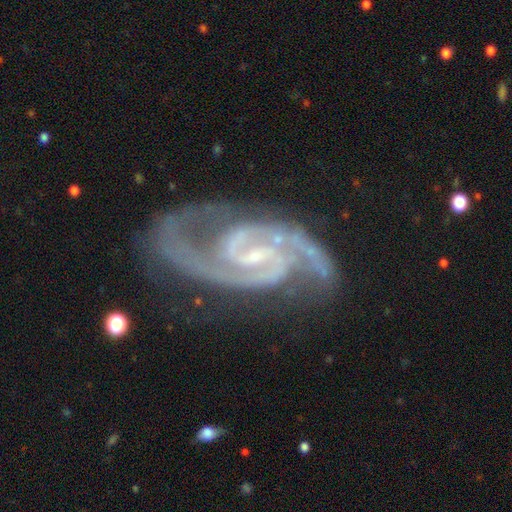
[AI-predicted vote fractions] Smooth or featured?
  - featured or disk: 94% *
  - star or artifact: 4%
  - smooth: 2%
Edge-on disk?
  - no: 98% *
  - yes: 2%
Bar?
  - weak: 50% *
  - strong: 26%
  - no: 24%
Spiral arms?
  - yes: 99% *
  - no: 1%
Spiral winding?
  - medium: 53% *
  - tight: 38%
  - loose: 8%
Spiral arm count?
  - 2: 88% *
  - 3: 5%
  - can't tell: 3%
  - 4: 2%
  - 1: 2%
  - more than 4: 2%
Bulge size?
  - small: 74% *
  - moderate: 15%
  - none: 9%
  - large: 1%
  - dominant: 1%
Merging?
  - none: 70% *
  - minor disturbance: 19%
  - major disturbance: 9%
  - merger: 2%